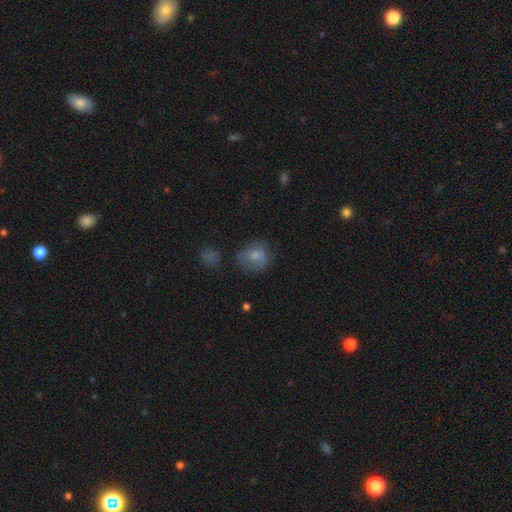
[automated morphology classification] type=smooth (73%); roundness=round (67%); merging=none (50%).